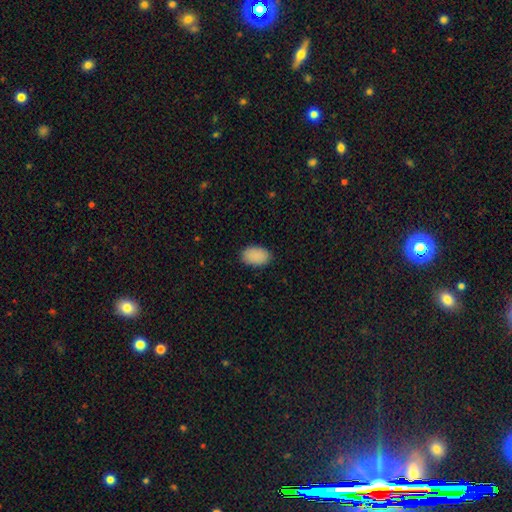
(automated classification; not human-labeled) smooth_or_featured: smooth (p=0.90) [alt: star or artifact p=0.07]
how_rounded: in between (p=0.91) [alt: round p=0.08]
merging: none (p=0.86) [alt: minor disturbance p=0.11]